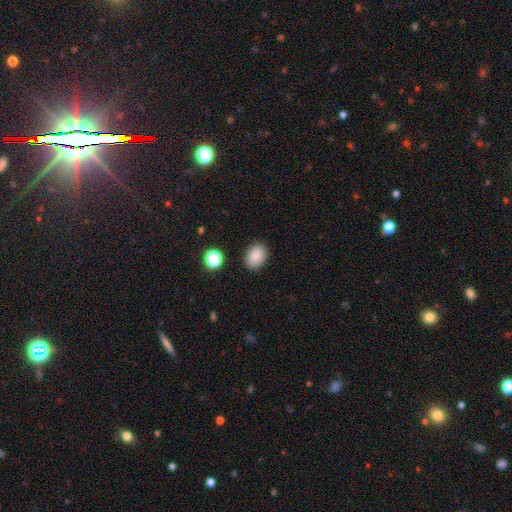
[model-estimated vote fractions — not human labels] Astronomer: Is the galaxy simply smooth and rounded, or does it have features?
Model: smooth — 85%.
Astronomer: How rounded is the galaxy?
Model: in between — 77%.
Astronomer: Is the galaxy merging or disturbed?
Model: none — 86%.